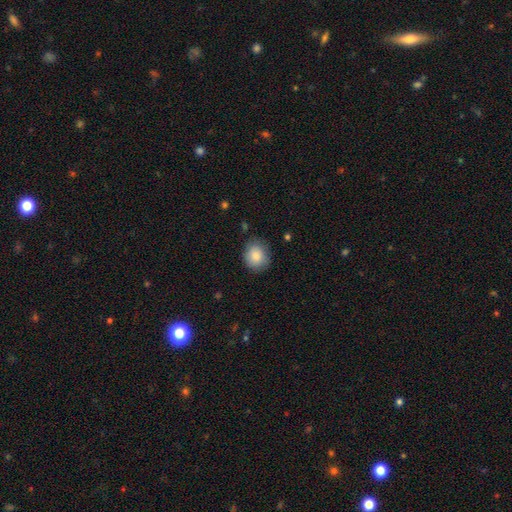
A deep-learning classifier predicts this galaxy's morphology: Smooth or featured: smooth — 86% (star or artifact — 7%)
How rounded: round — 68% (in between — 31%)
Merging: none — 81% (minor disturbance — 15%)